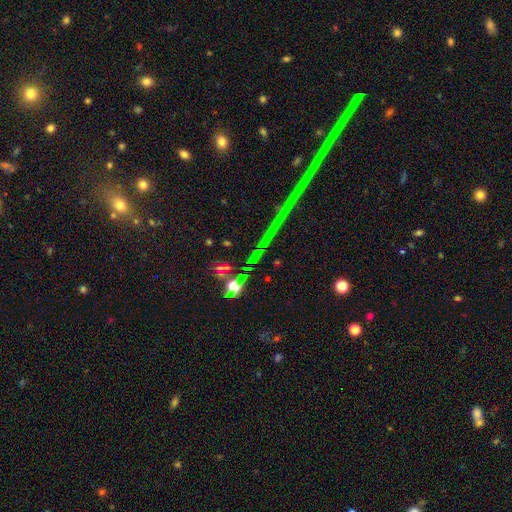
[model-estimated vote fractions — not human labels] star or artifact 71%, smooth 15%, featured or disk 14%.